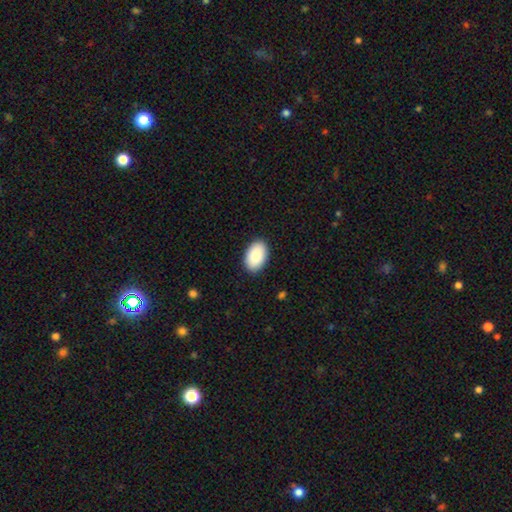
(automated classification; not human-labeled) This is clearly a smooth galaxy (91%). How rounded: clearly in between (94%). Merging: clearly none (89%).